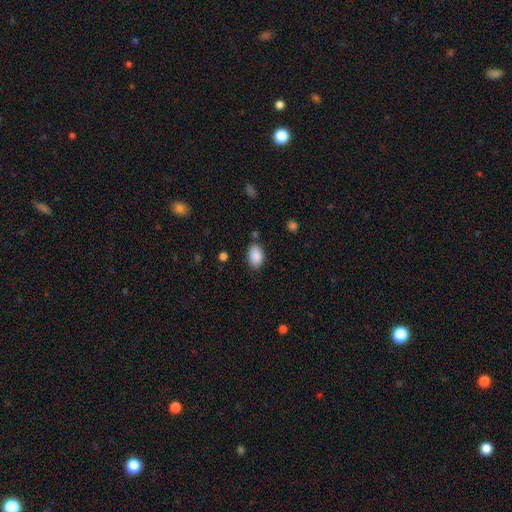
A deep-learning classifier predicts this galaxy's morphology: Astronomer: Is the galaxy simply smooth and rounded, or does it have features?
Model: smooth — 89%.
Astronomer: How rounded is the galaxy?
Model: in between — 88%.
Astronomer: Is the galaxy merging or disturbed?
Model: none — 80%.